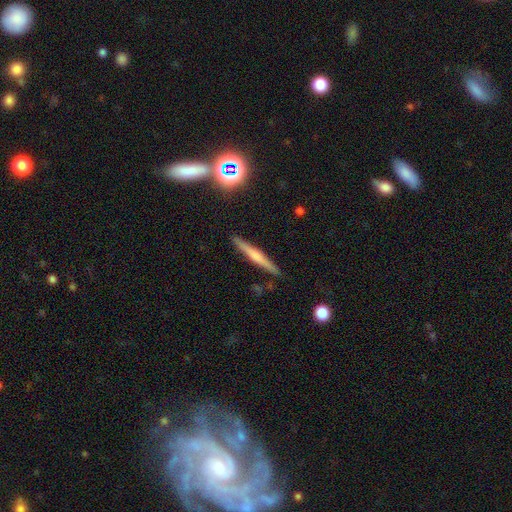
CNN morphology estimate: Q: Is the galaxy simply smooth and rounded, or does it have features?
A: featured or disk — 51%.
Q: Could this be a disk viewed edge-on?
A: yes — 97%.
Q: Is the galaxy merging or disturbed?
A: none — 90%.